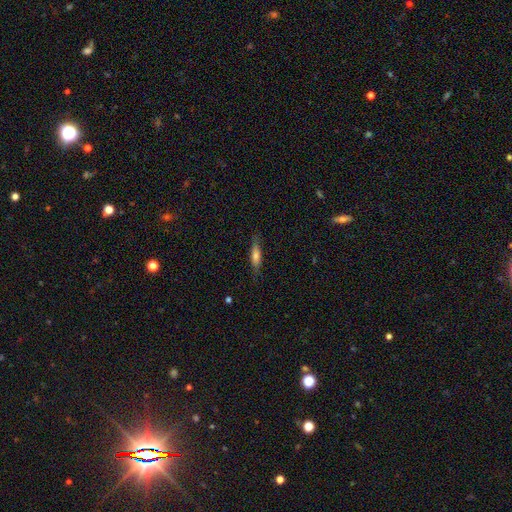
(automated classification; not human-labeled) smooth-or-featured: smooth: 65% | featured or disk: 28% | star or artifact: 7%
  how-rounded: cigar-shaped: 71% | in between: 27% | round: 2%
  merging: none: 80% | minor disturbance: 15% | major disturbance: 3% | merger: 1%